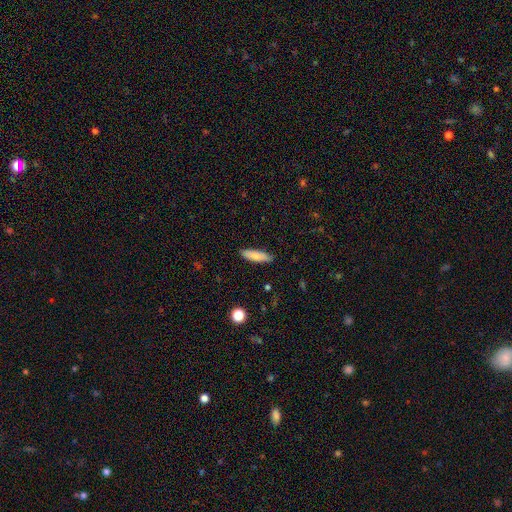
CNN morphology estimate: Overall: smooth (79%). How rounded: cigar-shaped (58%; in between 40%). Merging: none (86%).